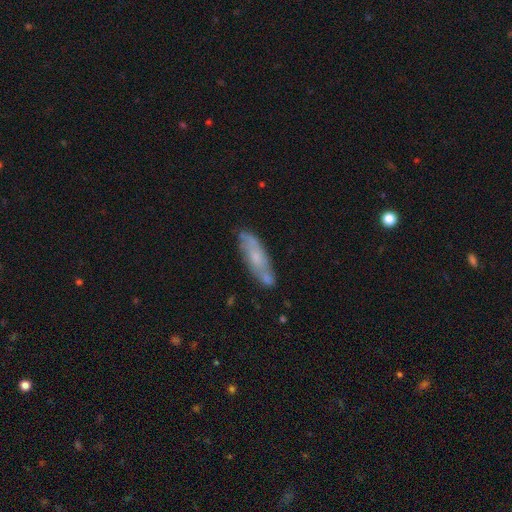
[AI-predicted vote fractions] Morphology: type=smooth (48%); merging=none (67%).